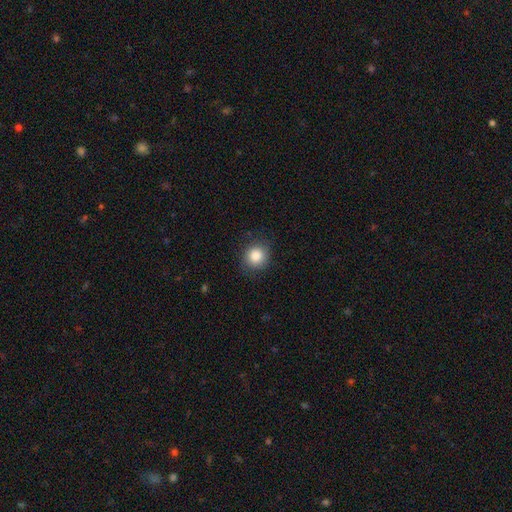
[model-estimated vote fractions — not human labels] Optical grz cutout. It shows a smooth galaxy with no disk features (86%) that is round (84%). Merging: none (82%).